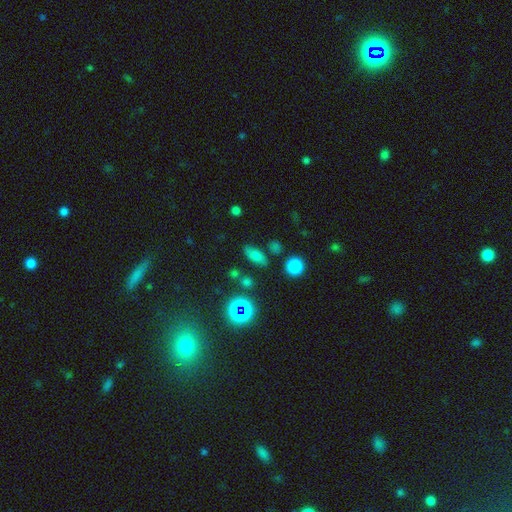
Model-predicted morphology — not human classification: A smooth galaxy with no disk features (66%) that is in between round and cigar-shaped (75%). Merging: none (77%).